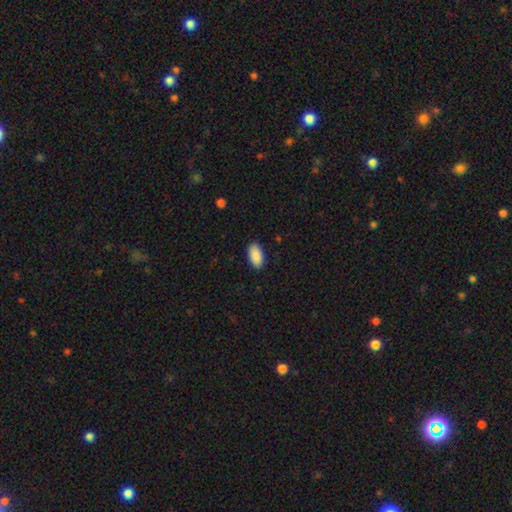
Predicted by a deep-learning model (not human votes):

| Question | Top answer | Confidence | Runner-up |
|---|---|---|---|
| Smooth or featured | smooth | 91% | star or artifact (6%) |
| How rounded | in between | 95% | round (2%) |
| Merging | none | 90% | minor disturbance (7%) |